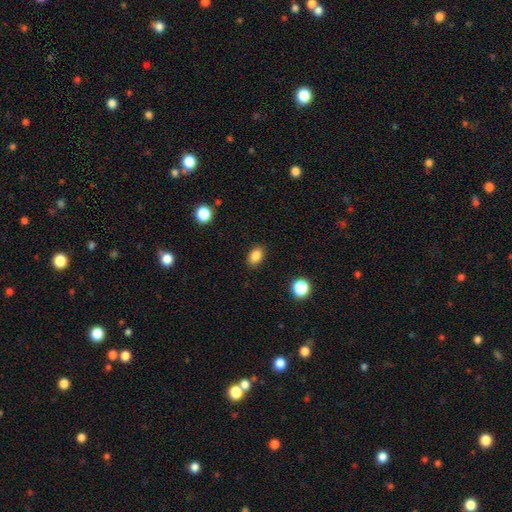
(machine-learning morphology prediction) A smooth galaxy with no disk features (85%) that is in between round and cigar-shaped (79%). Merging: none (88%).